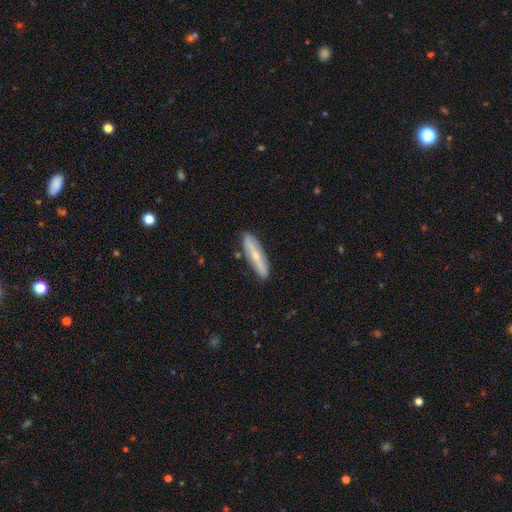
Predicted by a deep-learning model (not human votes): smooth_or_featured: featured or disk (p=0.49) [alt: smooth p=0.45]
merging: none (p=0.86) [alt: minor disturbance p=0.11]